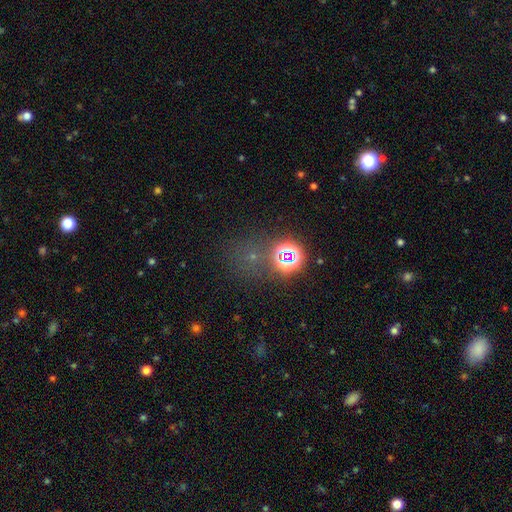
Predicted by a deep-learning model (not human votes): Morphology: type=star or artifact (56%).